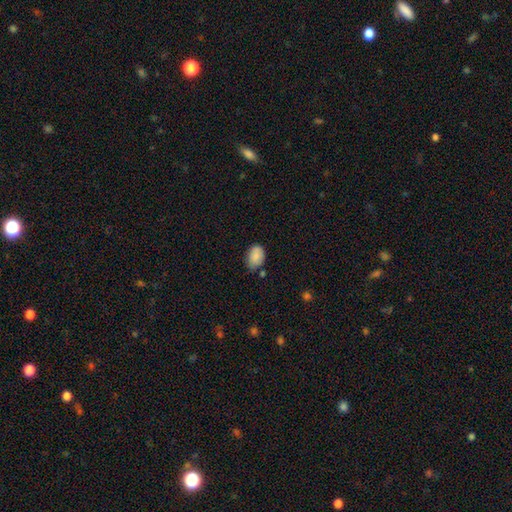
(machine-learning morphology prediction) This is clearly a smooth galaxy (86%). How rounded: clearly in between (83%). Merging: likely none (64%).